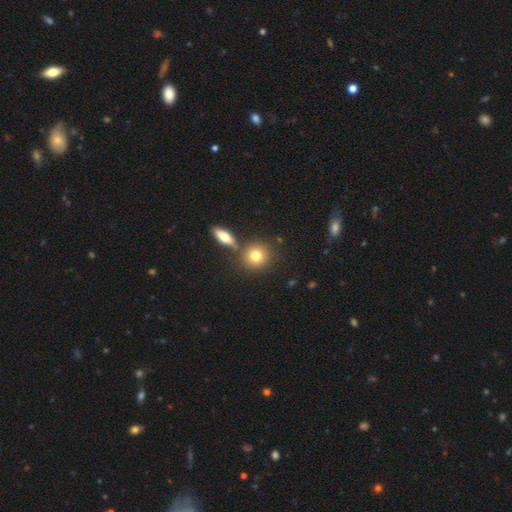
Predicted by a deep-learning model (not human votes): Smooth or featured? Predicted: smooth (p=0.78). How rounded? Predicted: round (p=0.85). Merging? Predicted: none (p=0.72).